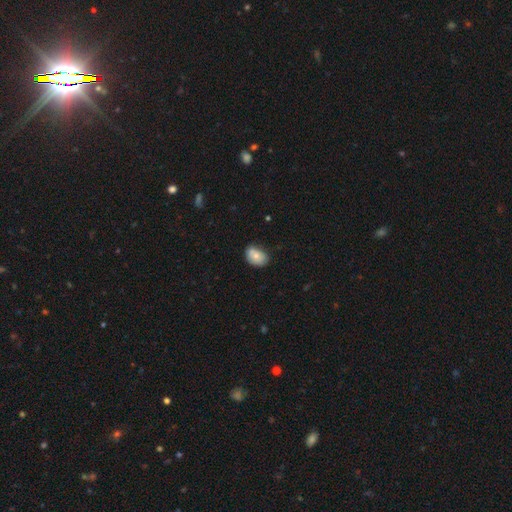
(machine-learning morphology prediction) A smooth galaxy with no disk features (72%) that is in between round and cigar-shaped (78%). Merging: none (52%).